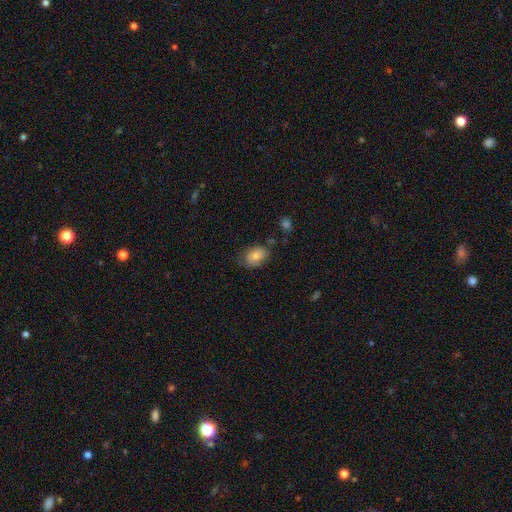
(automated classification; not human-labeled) Smooth or featured? Predicted: smooth (p=0.80). How rounded? Predicted: in between (p=0.80). Merging? Predicted: none (p=0.71).